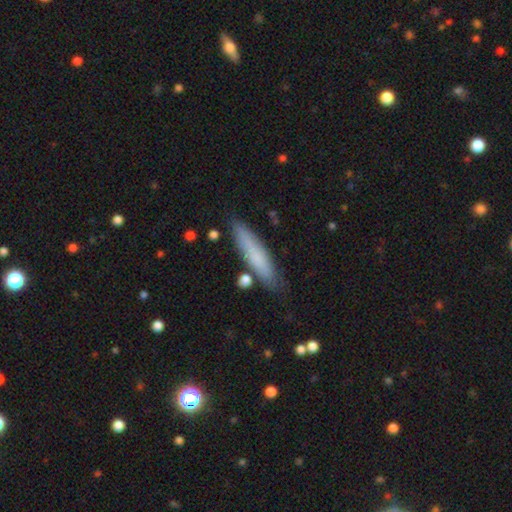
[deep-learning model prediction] Morphology: type=smooth (75%); roundness=cigar-shaped (83%); merging=none (82%).